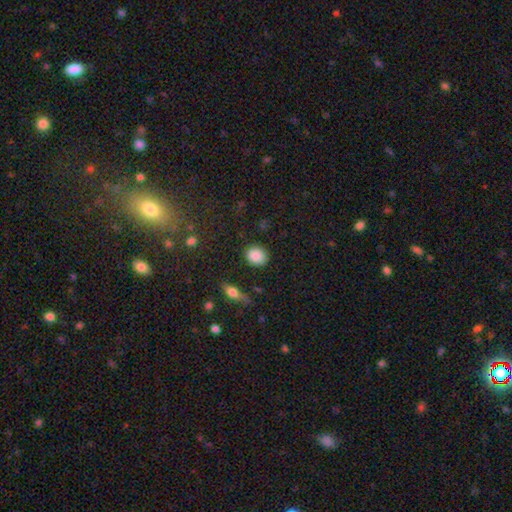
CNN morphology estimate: Overall: smooth (85%). How rounded: round (68%; in between 30%). Merging: none (87%).